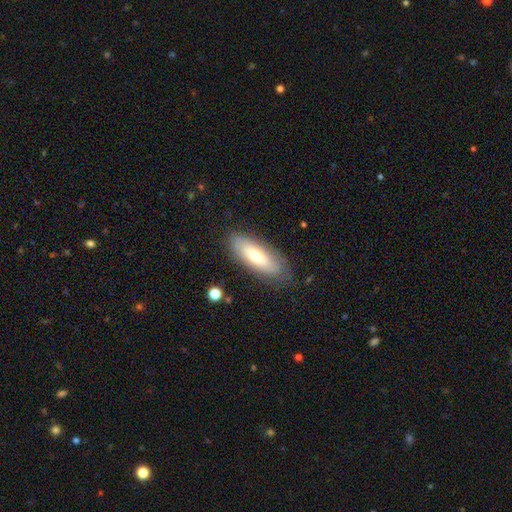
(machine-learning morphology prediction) A smooth galaxy with no disk features (59%) that is in between round and cigar-shaped (70%). Merging: none (80%).